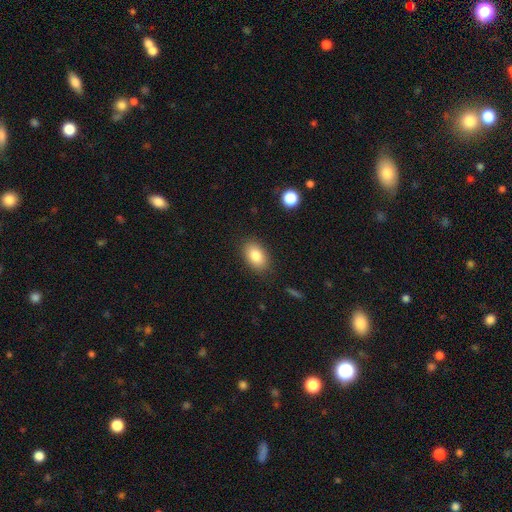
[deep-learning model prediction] This appears to be a smooth galaxy with no disk features (83%) that is in between round and cigar-shaped (88%). Merging: none (86%).